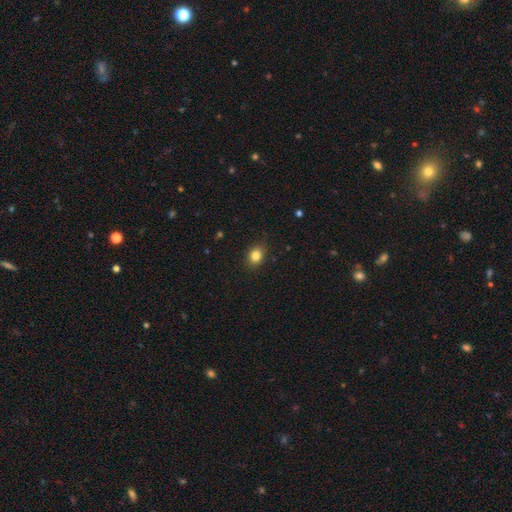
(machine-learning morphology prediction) Smooth or featured? smooth (84%)
How rounded? in between (57%)
Merging? none (87%)